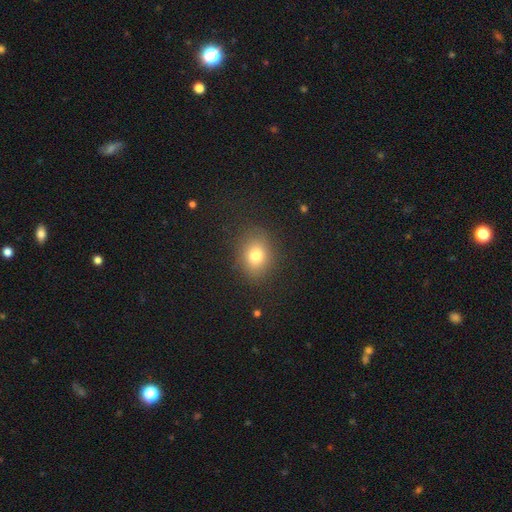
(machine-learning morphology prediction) smooth 76%, star or artifact 13%, featured or disk 10%. Down the decision tree: how rounded — round (49%, tied with in between); merging — none (83%).